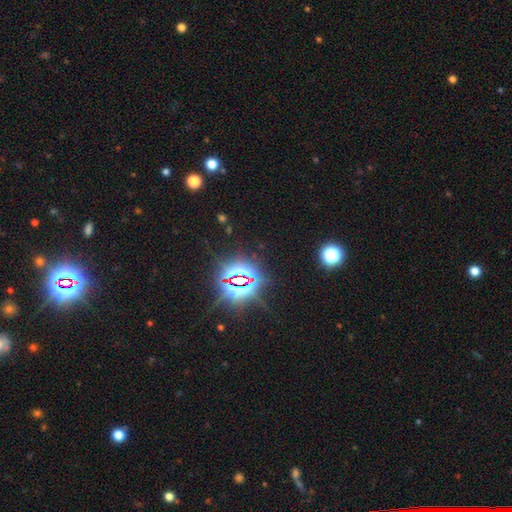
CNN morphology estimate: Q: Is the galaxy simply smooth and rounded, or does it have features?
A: star or artifact — 82%.